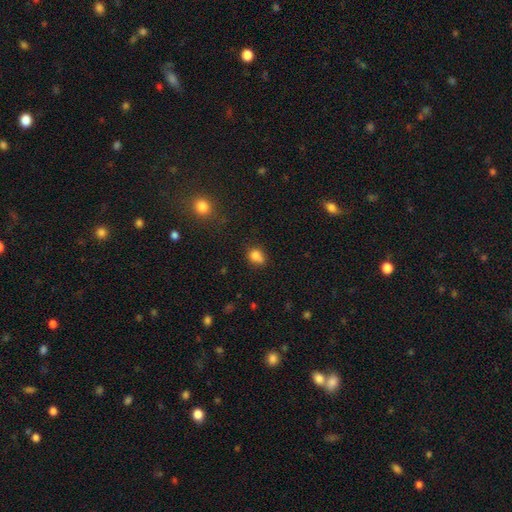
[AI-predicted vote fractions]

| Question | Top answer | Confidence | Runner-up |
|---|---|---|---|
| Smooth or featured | smooth | 79% | star or artifact (12%) |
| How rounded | round | 54% | in between (44%) |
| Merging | none | 51% | minor disturbance (26%) |